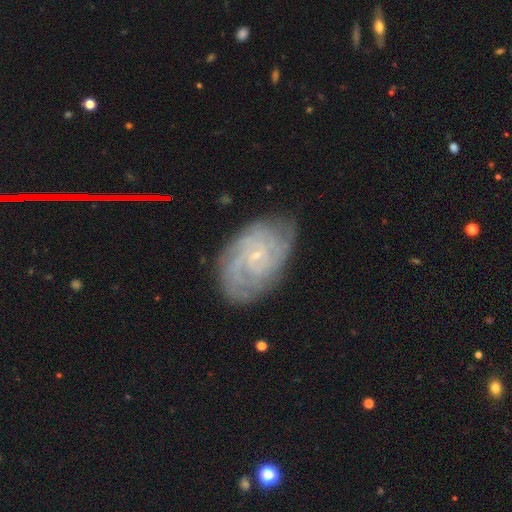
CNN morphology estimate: This appears to be a featured or disk galaxy (81%) with no bar (69%), tight (71%) spiral arms (95%) and a small central bulge (87%). Merging: none (77%).